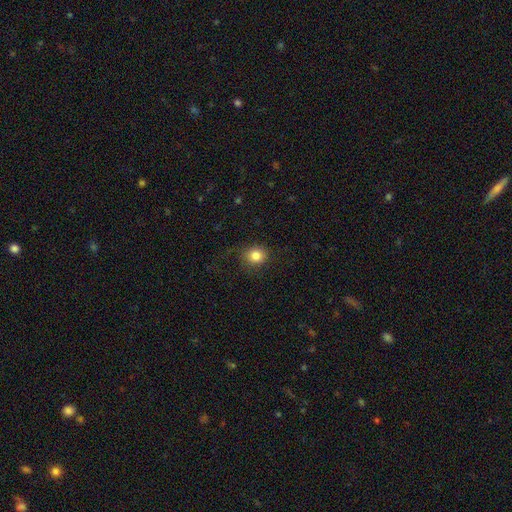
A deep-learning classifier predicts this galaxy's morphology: This appears to be a smooth galaxy with no disk features (83%) that is round (83%). Merging: none (82%).